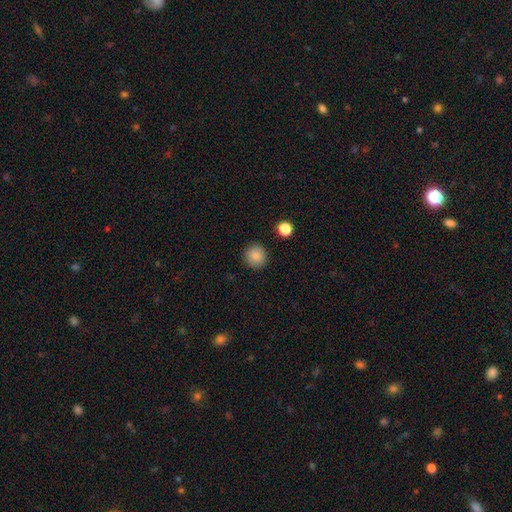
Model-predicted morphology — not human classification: This appears to be a smooth galaxy with no disk features (86%) that is round (94%). Merging: none (91%).